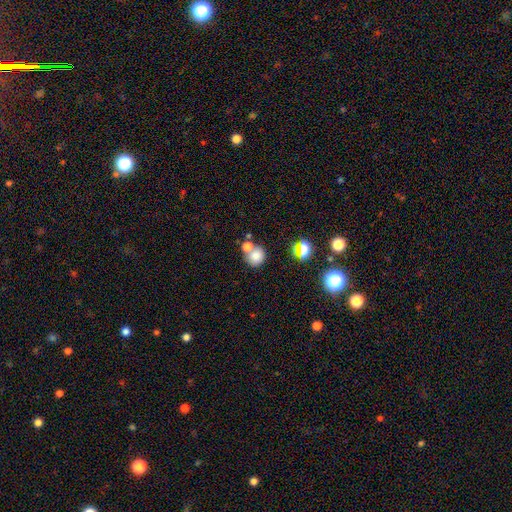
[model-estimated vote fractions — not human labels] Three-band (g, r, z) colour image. It shows a smooth galaxy with no disk features (76%) that is round (84%). Merging: none (53%).